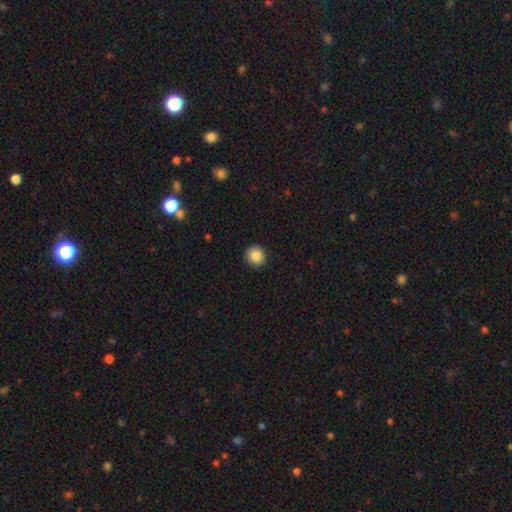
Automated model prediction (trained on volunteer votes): Smooth or featured?
  - smooth: 87% *
  - star or artifact: 9%
  - featured or disk: 4%
How rounded?
  - round: 92% *
  - in between: 7%
  - cigar-shaped: 1%
Merging?
  - none: 91% *
  - minor disturbance: 6%
  - major disturbance: 2%
  - merger: 1%